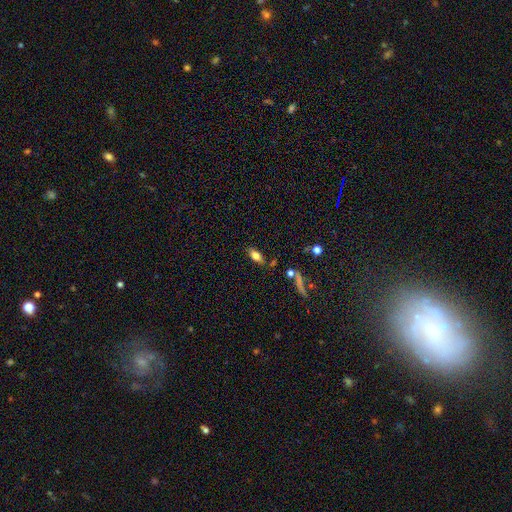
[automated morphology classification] smooth-or-featured: smooth: 74% | featured or disk: 17% | star or artifact: 9%
  how-rounded: in between: 81% | cigar-shaped: 14% | round: 5%
  merging: none: 77% | minor disturbance: 13% | merger: 6% | major disturbance: 4%